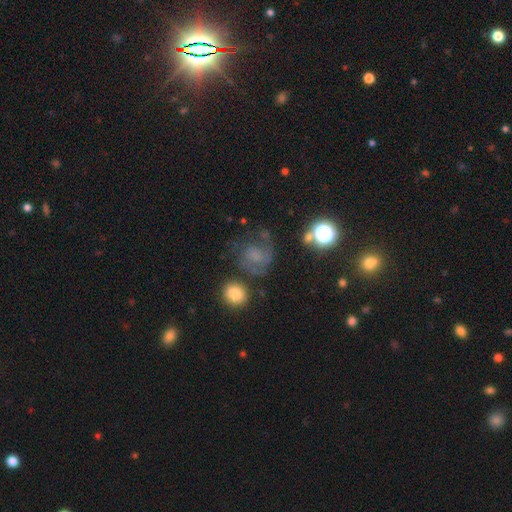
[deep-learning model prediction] A featured or disk galaxy (44%).

Vote fractions:
- Smooth or featured? featured or disk: 44% / smooth: 37% / star or artifact: 18%
- Merging? none: 50% / major disturbance: 23% / minor disturbance: 21% / merger: 6%